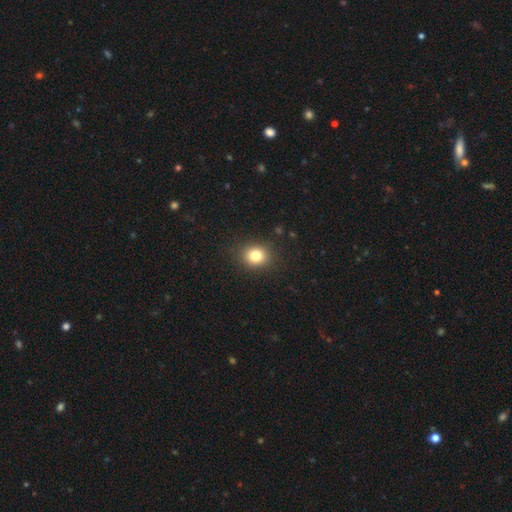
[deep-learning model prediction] This appears to be a smooth galaxy with no disk features (81%) that is round (72%). Merging: none (89%).